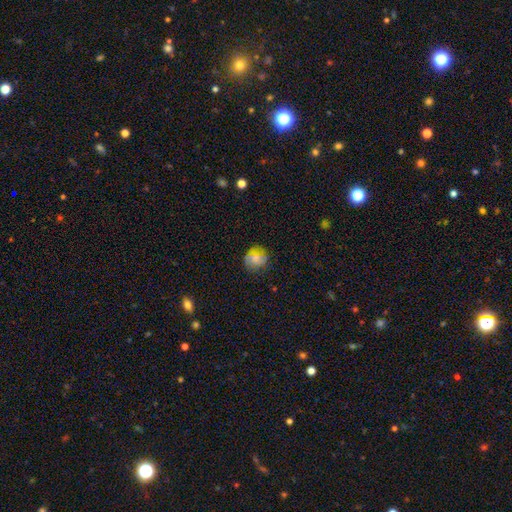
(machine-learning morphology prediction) Q: Smooth or featured?
A: smooth (69%); runner-up: featured or disk (19%)
Q: How rounded?
A: round (80%); runner-up: in between (19%)
Q: Merging?
A: none (78%); runner-up: minor disturbance (16%)